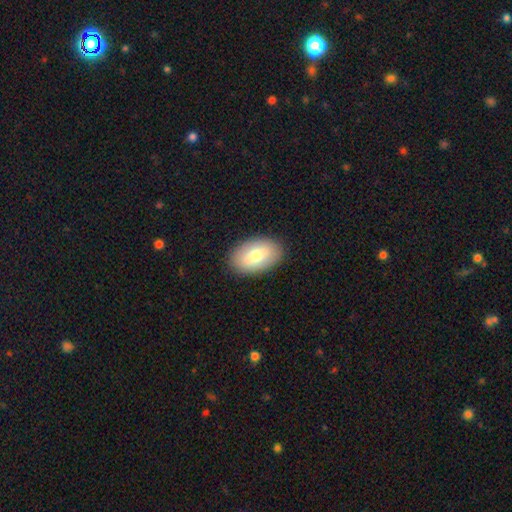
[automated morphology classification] A smooth galaxy with no disk features (76%) that is in between round and cigar-shaped (92%). Merging: none (89%).